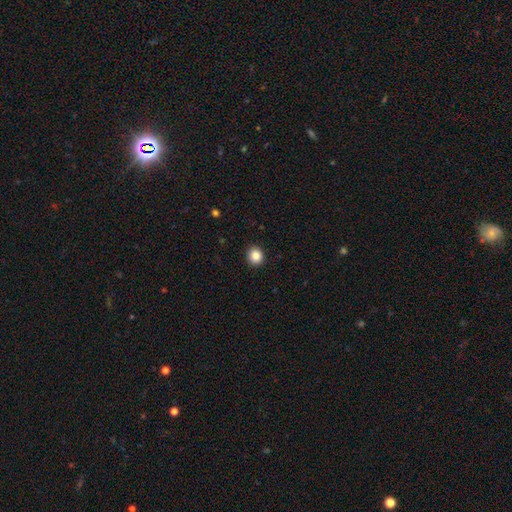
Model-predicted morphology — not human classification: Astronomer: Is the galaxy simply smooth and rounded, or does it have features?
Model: smooth — 86%.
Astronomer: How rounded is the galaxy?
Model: round — 80%.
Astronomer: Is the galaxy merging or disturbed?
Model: none — 91%.